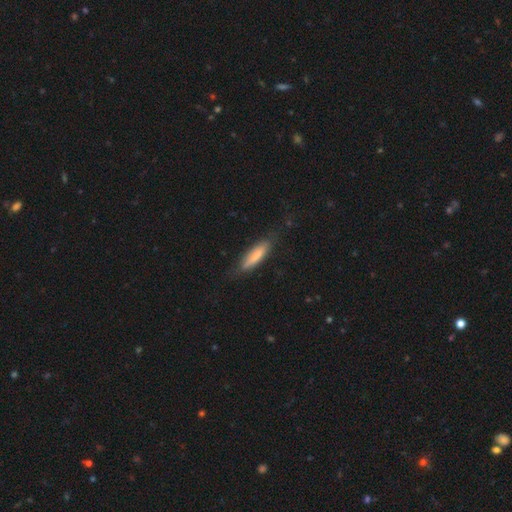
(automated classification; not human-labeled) Overall: smooth (73%). How rounded: cigar-shaped (71%). Merging: none (76%).